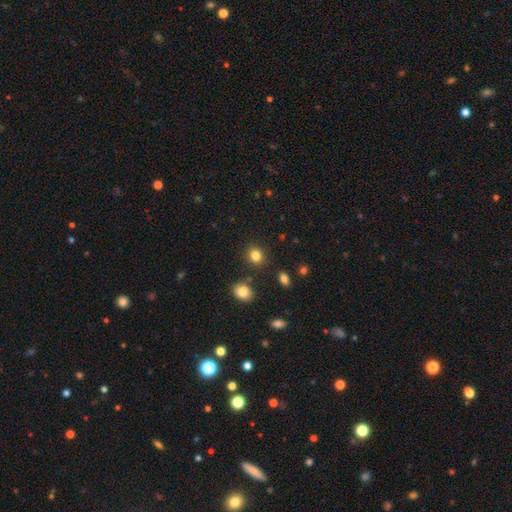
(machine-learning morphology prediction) A smooth galaxy with no disk features (83%) that is round (73%).

Vote fractions:
- Smooth or featured? smooth: 83% / star or artifact: 11% / featured or disk: 6%
- How rounded? round: 73% / in between: 26% / cigar-shaped: 1%
- Merging? none: 86% / minor disturbance: 8% / merger: 4% / major disturbance: 2%